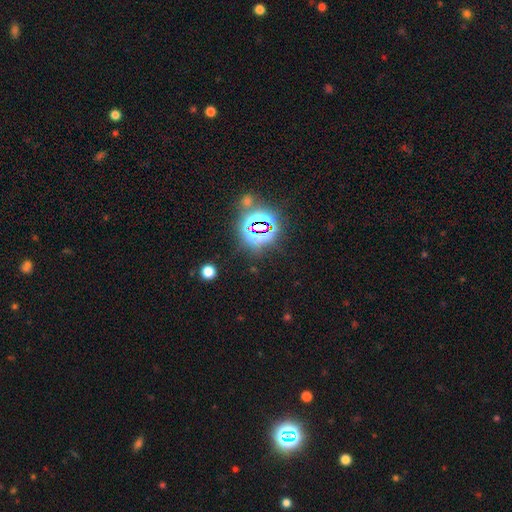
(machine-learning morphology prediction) Smooth or featured?
  - star or artifact: 80% *
  - smooth: 13%
  - featured or disk: 7%